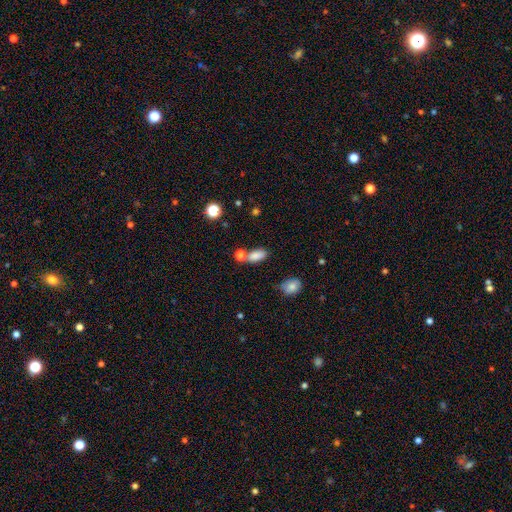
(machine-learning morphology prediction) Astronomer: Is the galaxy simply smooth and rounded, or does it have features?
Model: smooth — 83%.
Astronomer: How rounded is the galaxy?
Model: in between — 86%.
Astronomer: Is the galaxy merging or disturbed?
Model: none — 57%.